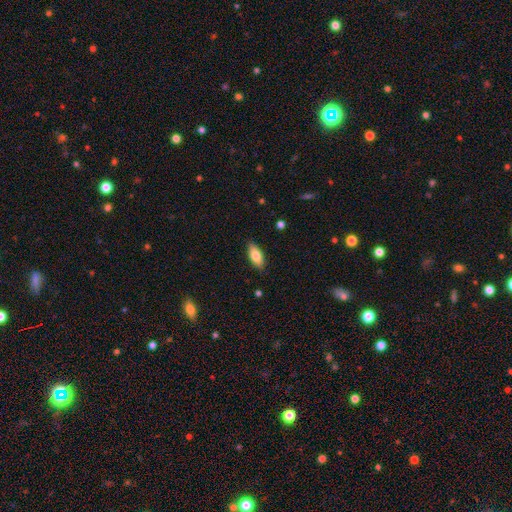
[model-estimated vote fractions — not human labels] The model was most divided on "smooth or featured": smooth: 78%, featured or disk: 16%, star or artifact: 6%. More confident: merging — none (87%); how rounded — in between (85%).